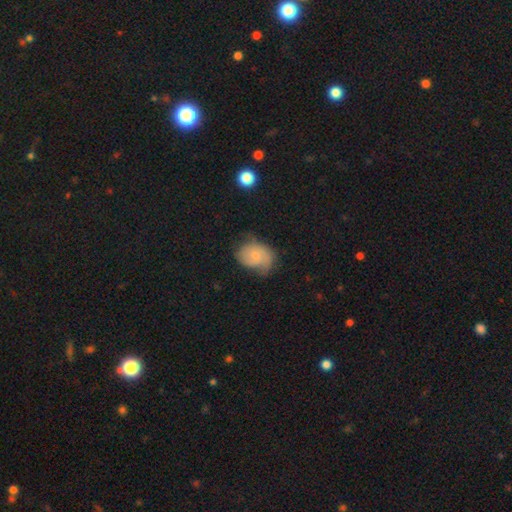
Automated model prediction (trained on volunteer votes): Smooth or featured: smooth — 49% (featured or disk — 43%)
Merging: none — 47% (minor disturbance — 35%)